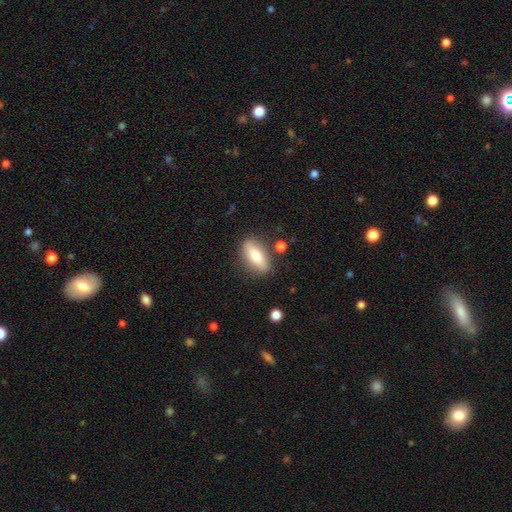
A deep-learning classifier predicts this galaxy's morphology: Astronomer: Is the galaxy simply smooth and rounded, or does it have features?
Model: smooth — 69%.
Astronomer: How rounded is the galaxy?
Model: in between — 66%.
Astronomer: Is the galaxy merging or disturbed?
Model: none — 81%.